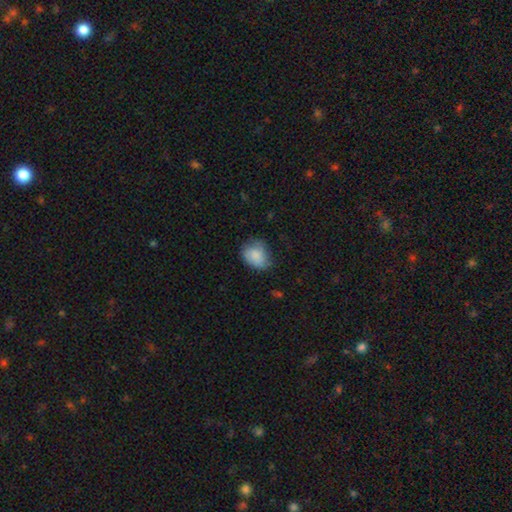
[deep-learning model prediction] Smooth or featured? Predicted: smooth (p=0.82). How rounded? Predicted: in between (p=0.54). Merging? Predicted: none (p=0.59).